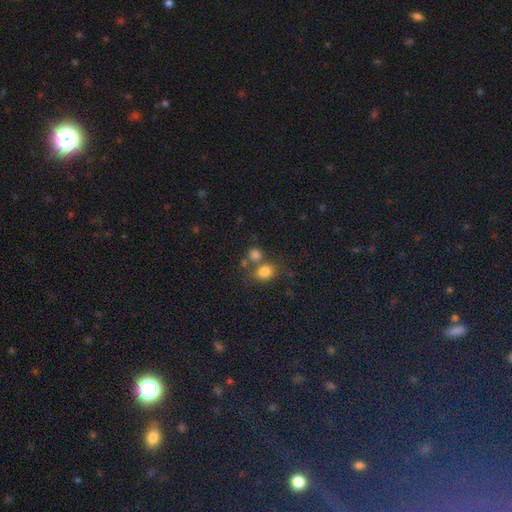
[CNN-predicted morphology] Smooth or featured: smooth — 76% (star or artifact — 16%)
How rounded: round — 66% (in between — 32%)
Merging: none — 55% (merger — 32%)